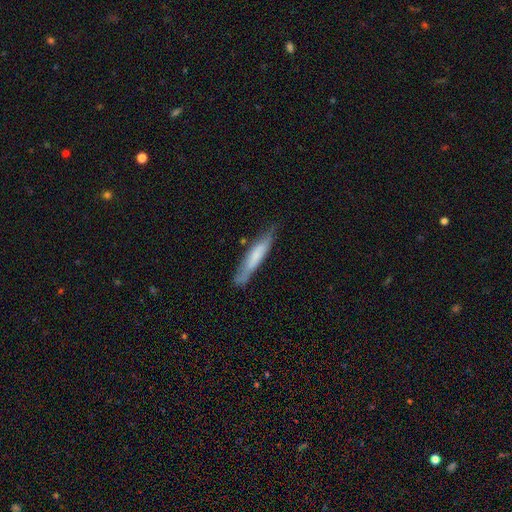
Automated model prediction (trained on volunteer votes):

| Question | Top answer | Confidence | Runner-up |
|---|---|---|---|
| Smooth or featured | smooth | 59% | featured or disk (35%) |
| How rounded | cigar-shaped | 88% | in between (11%) |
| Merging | none | 69% | minor disturbance (23%) |